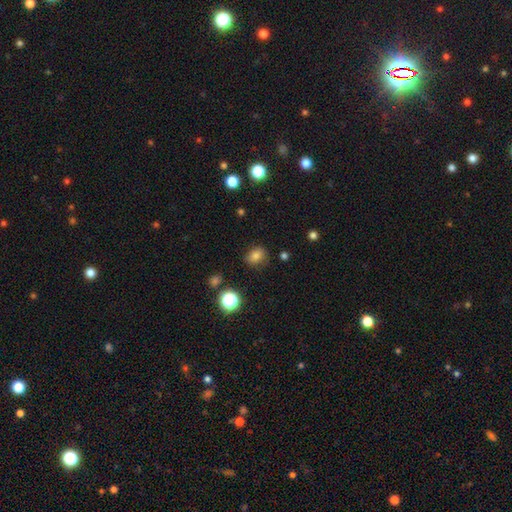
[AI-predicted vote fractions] A smooth galaxy with no disk features (76%) that is in between round and cigar-shaped (57%). Merging: none (77%).